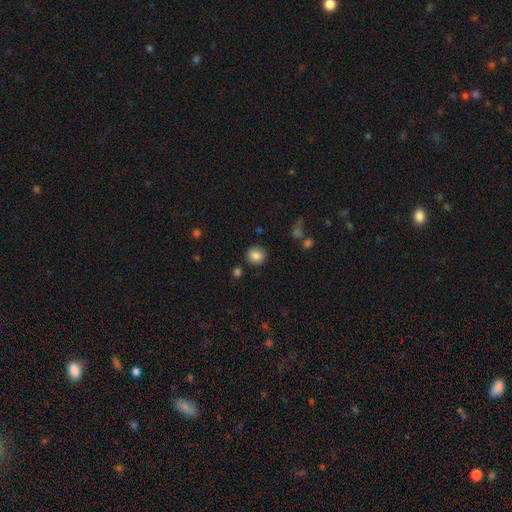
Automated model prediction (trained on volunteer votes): This is clearly a smooth galaxy (85%). How rounded: clearly round (90%). Merging: clearly none (87%).